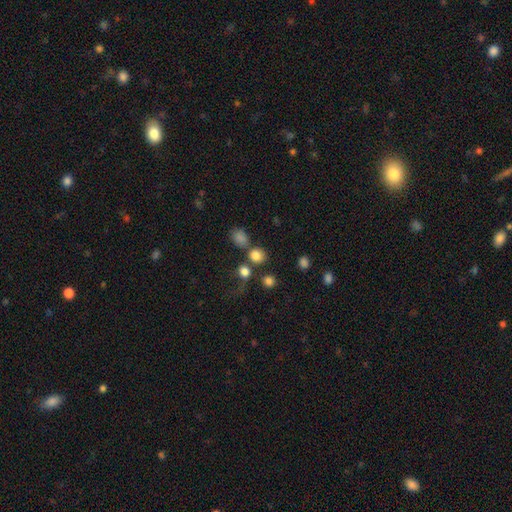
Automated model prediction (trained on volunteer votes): This is clearly a smooth galaxy (80%). How rounded: clearly round (85%). Merging: likely none (66%).